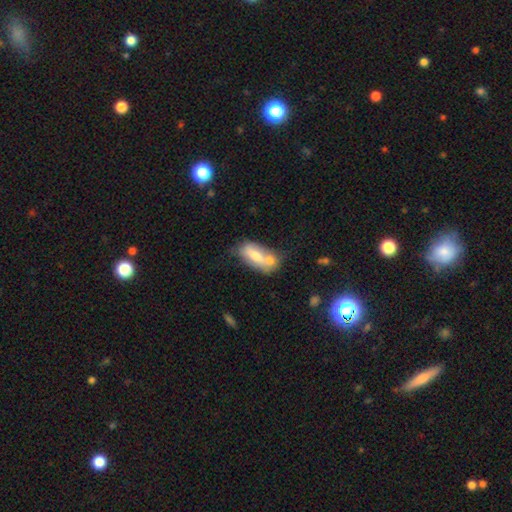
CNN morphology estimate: Smooth or featured? smooth (61%)
How rounded? in between (83%)
Merging? merger (52%)